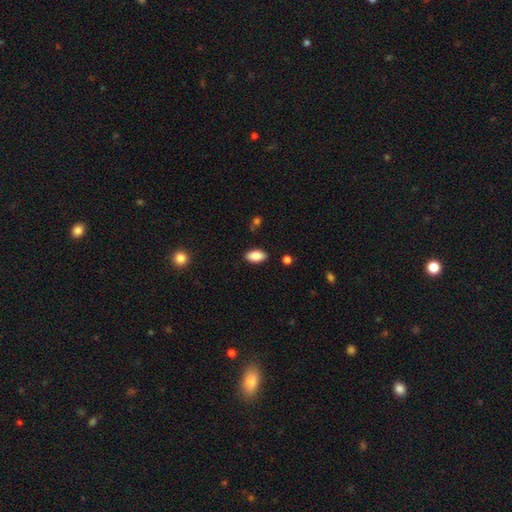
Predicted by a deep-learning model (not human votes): Overall: smooth (85%). How rounded: in between (92%). Merging: none (87%).